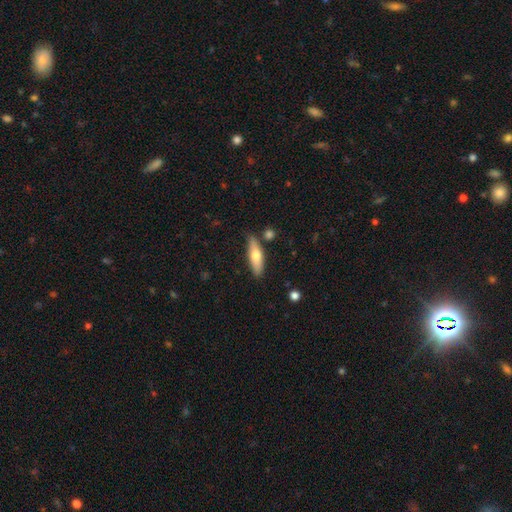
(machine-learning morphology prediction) A smooth galaxy with no disk features (64%) that is cigar-shaped (52%). Merging: none (78%).